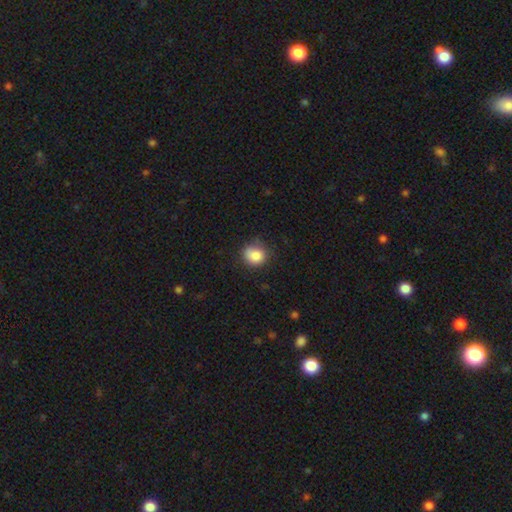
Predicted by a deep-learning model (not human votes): smooth 84%, star or artifact 10%, featured or disk 6%. Down the decision tree: how rounded — round (77%); merging — none (71%).